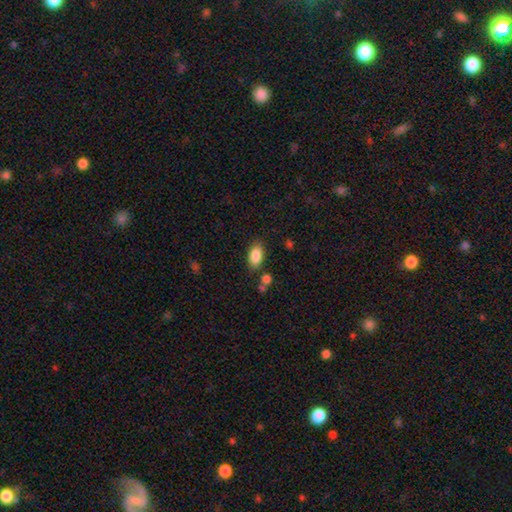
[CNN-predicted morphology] Q: Smooth or featured?
A: smooth (87%); runner-up: star or artifact (7%)
Q: How rounded?
A: in between (92%); runner-up: round (5%)
Q: Merging?
A: none (79%); runner-up: minor disturbance (13%)